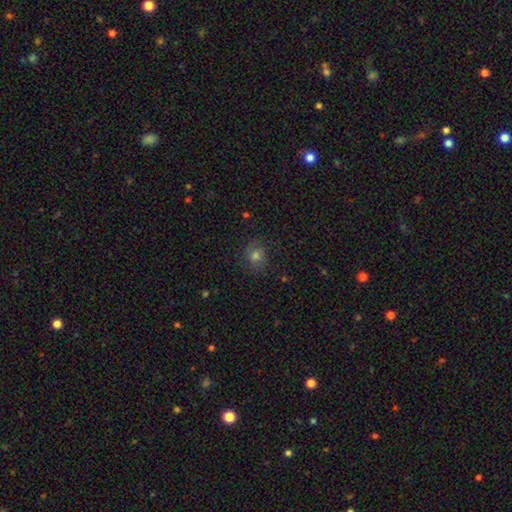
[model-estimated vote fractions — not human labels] Smooth or featured?
  - smooth: 64% *
  - star or artifact: 19%
  - featured or disk: 17%
How rounded?
  - round: 76% *
  - in between: 23%
  - cigar-shaped: 1%
Merging?
  - none: 79% *
  - minor disturbance: 15%
  - major disturbance: 5%
  - merger: 1%